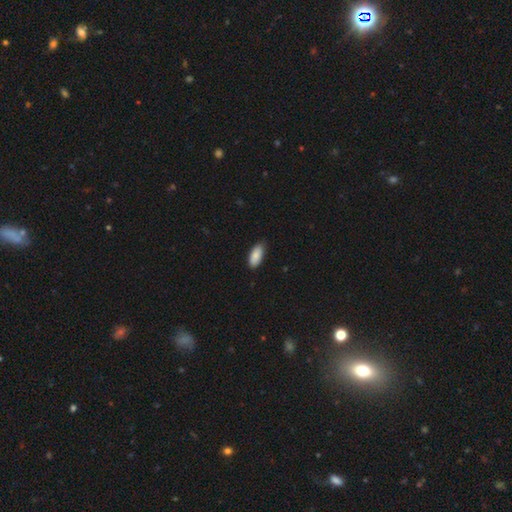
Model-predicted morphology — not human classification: Smooth or featured?
  - smooth: 88% *
  - star or artifact: 6%
  - featured or disk: 6%
How rounded?
  - in between: 90% *
  - cigar-shaped: 8%
  - round: 2%
Merging?
  - none: 84% *
  - minor disturbance: 13%
  - major disturbance: 2%
  - merger: 1%